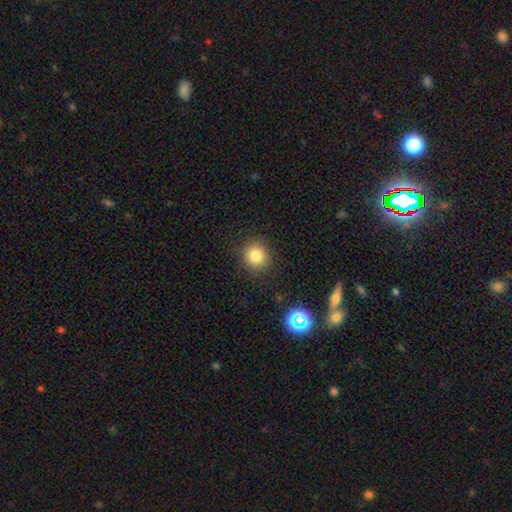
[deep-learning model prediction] Smooth or featured? smooth (82%)
How rounded? round (88%)
Merging? none (89%)